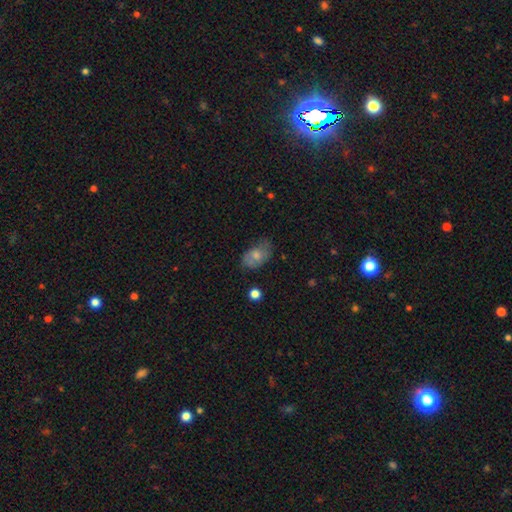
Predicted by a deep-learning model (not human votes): Smooth or featured?
  - smooth: 67% *
  - featured or disk: 25%
  - star or artifact: 8%
How rounded?
  - in between: 86% *
  - round: 12%
  - cigar-shaped: 1%
Merging?
  - none: 51% *
  - minor disturbance: 32%
  - major disturbance: 14%
  - merger: 3%